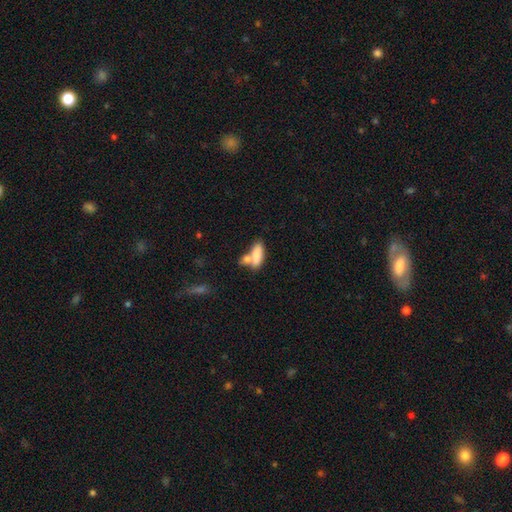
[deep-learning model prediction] This is clearly a smooth galaxy (83%). How rounded: likely in between (71%). Merging: marginally merger (41%).